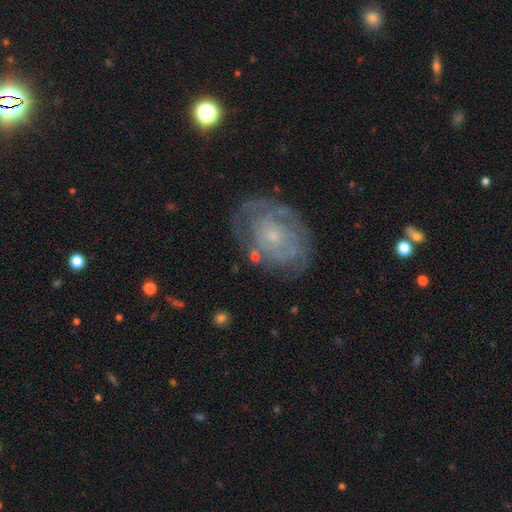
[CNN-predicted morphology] type=featured or disk (75%); edge-on=no (97%); bar=no (80%); spiral arms=yes (74%); winding=tight (65%); arm count=can't tell (49%); bulge=small (68%); merging=none (64%).